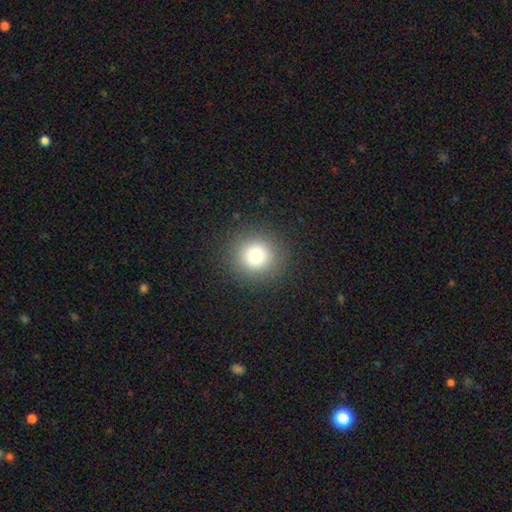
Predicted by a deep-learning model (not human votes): The model was most divided on "smooth or featured": smooth: 77%, star or artifact: 14%, featured or disk: 9%. More confident: how rounded — round (94%); merging — none (90%).